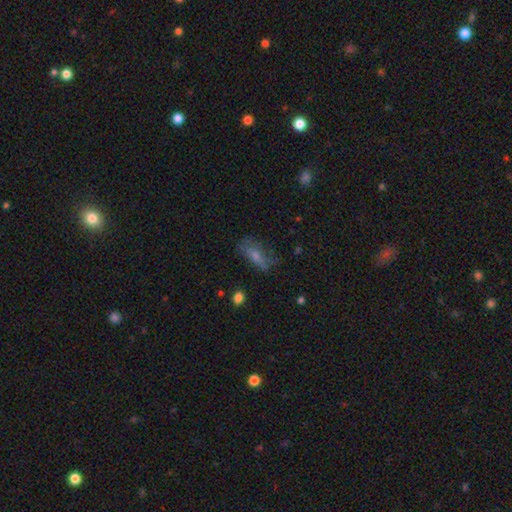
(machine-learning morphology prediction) This is possibly a smooth galaxy (50%). Merging: likely none (61%).